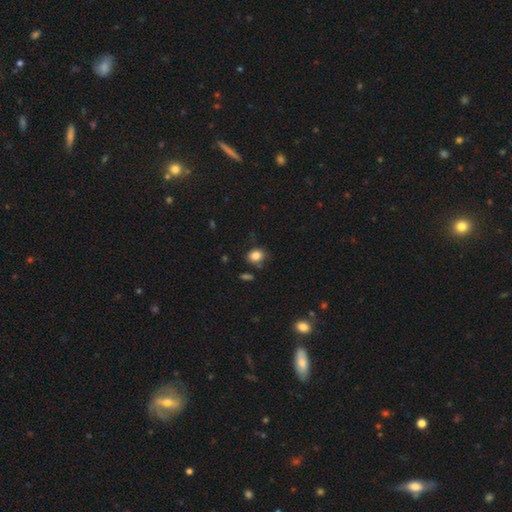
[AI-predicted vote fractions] smooth 83%, star or artifact 11%, featured or disk 6%. Down the decision tree: how rounded — round (54%); merging — none (76%).